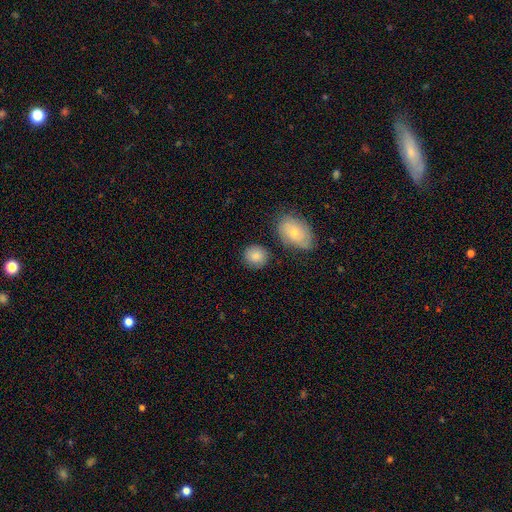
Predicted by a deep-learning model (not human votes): Overall: smooth (84%). How rounded: round (77%). Merging: none (79%).